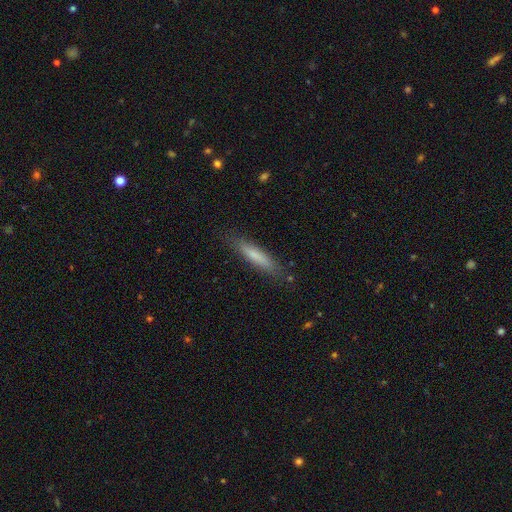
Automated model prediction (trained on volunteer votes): Q: Smooth or featured?
A: smooth (70%); runner-up: featured or disk (23%)
Q: How rounded?
A: cigar-shaped (89%); runner-up: in between (10%)
Q: Merging?
A: none (84%); runner-up: minor disturbance (12%)